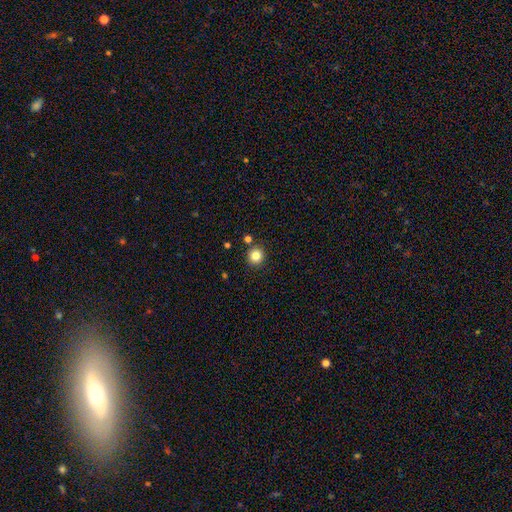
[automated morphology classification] This appears to be a smooth galaxy with no disk features (83%) that is round (90%). Merging: none (86%).